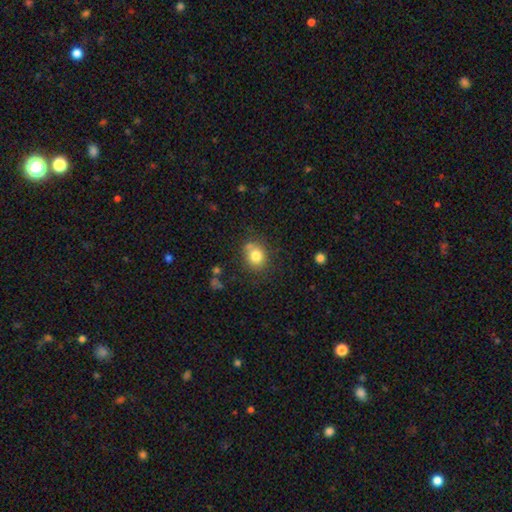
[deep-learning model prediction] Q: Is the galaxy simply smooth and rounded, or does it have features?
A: smooth — 80%.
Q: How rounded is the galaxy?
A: round — 70%.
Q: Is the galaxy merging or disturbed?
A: none — 69%.